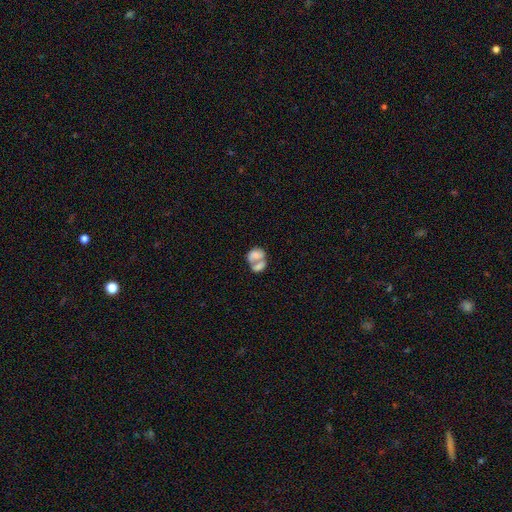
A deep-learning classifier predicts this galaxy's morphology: Smooth or featured?
  - smooth: 66% *
  - featured or disk: 26%
  - star or artifact: 8%
How rounded?
  - in between: 69% *
  - round: 29%
  - cigar-shaped: 2%
Merging?
  - merger: 70% *
  - none: 16%
  - minor disturbance: 7%
  - major disturbance: 7%